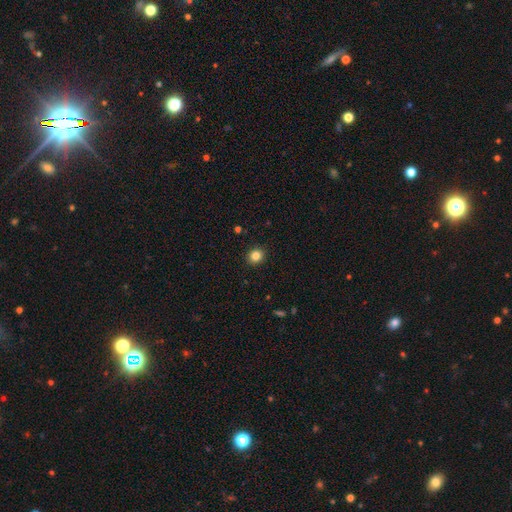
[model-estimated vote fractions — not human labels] A smooth galaxy with no disk features (84%) that is round (75%). Merging: none (91%).